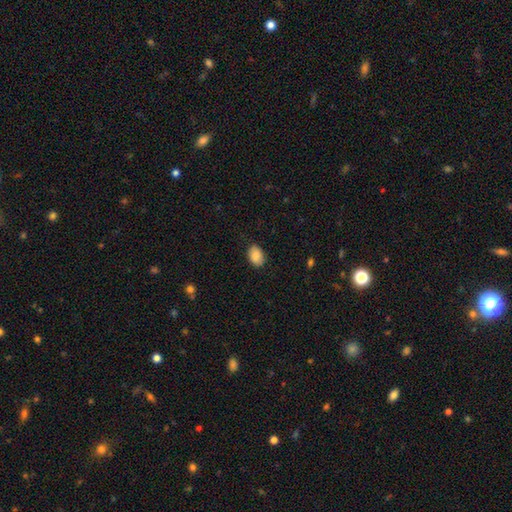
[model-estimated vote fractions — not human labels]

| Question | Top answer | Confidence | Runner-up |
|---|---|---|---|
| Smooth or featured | smooth | 88% | star or artifact (7%) |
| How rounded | in between | 85% | round (14%) |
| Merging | none | 85% | minor disturbance (12%) |